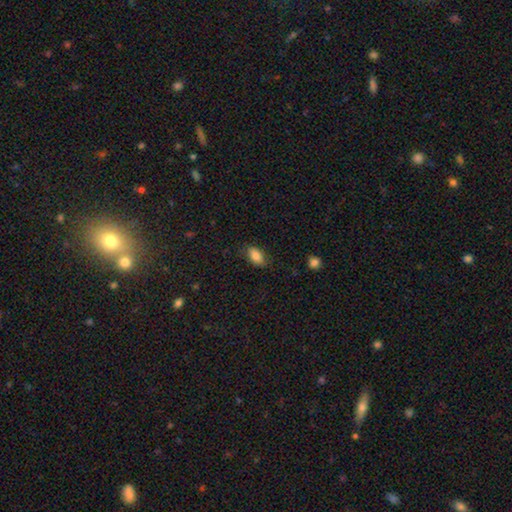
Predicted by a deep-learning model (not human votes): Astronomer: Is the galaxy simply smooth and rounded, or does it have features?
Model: smooth — 84%.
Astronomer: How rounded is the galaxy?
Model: in between — 89%.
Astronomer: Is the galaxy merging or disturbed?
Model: none — 80%.